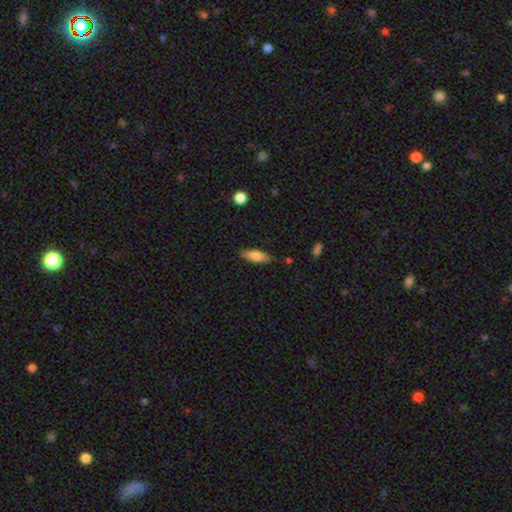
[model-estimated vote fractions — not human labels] Smooth or featured? Predicted: smooth (p=0.77). How rounded? Predicted: in between (p=0.57). Merging? Predicted: none (p=0.82).